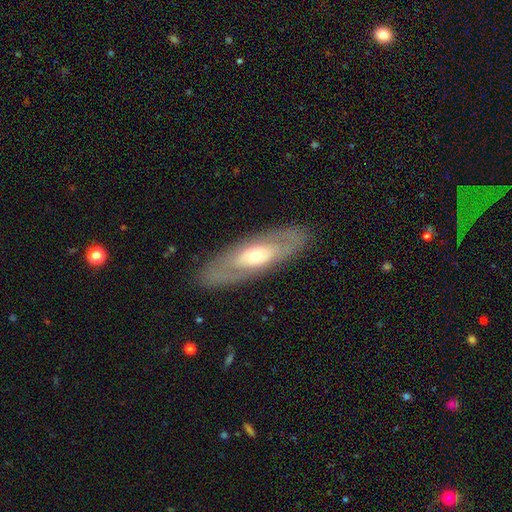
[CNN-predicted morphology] A featured or disk galaxy (63%).

Vote fractions:
- Smooth or featured? featured or disk: 63% / smooth: 31% / star or artifact: 6%
- Edge-on disk? no: 75% / yes: 25%
- Merging? none: 85% / minor disturbance: 10% / major disturbance: 4% / merger: 1%